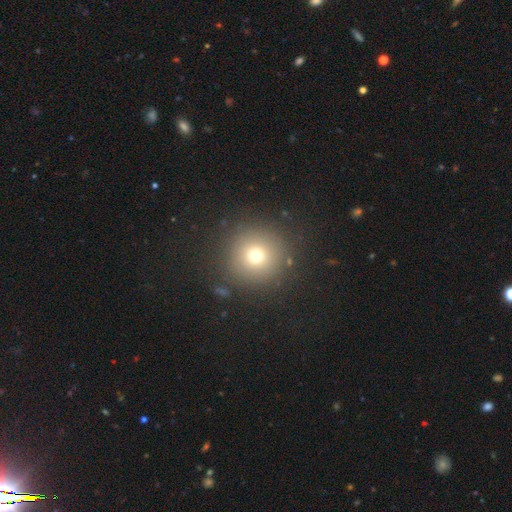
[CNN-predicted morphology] type=smooth (71%); roundness=round (95%); merging=none (87%).